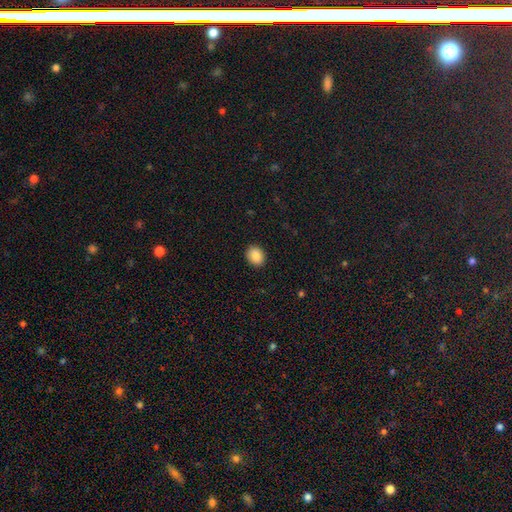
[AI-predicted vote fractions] The model was most divided on "how rounded": round: 53%, in between: 46%, cigar-shaped: 1%. More confident: merging — none (91%); smooth or featured — smooth (87%).